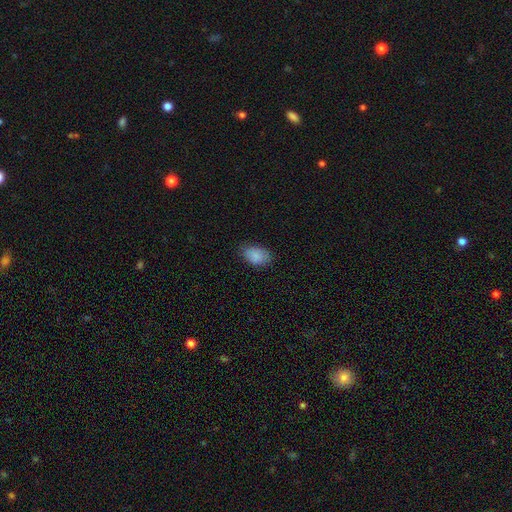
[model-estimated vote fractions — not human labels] Q: Smooth or featured?
A: smooth (87%); runner-up: star or artifact (8%)
Q: How rounded?
A: in between (87%); runner-up: round (11%)
Q: Merging?
A: none (74%); runner-up: minor disturbance (20%)